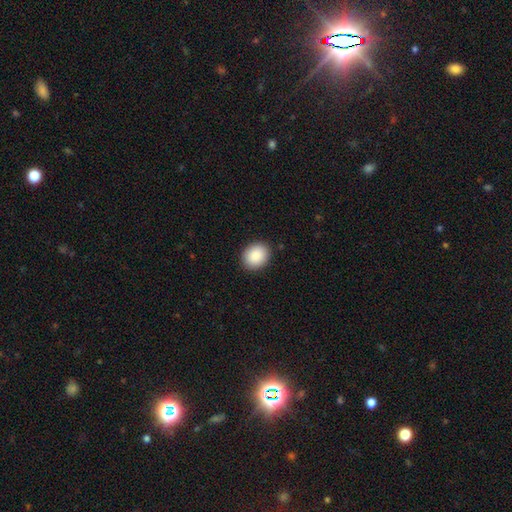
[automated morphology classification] type=smooth (88%); roundness=round (55%); merging=none (90%).